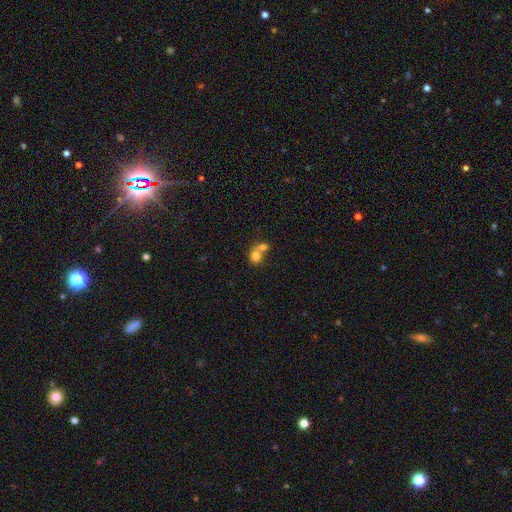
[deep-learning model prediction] Smooth or featured: smooth — 75% (featured or disk — 15%)
How rounded: round — 72% (in between — 27%)
Merging: merger — 67% (none — 24%)